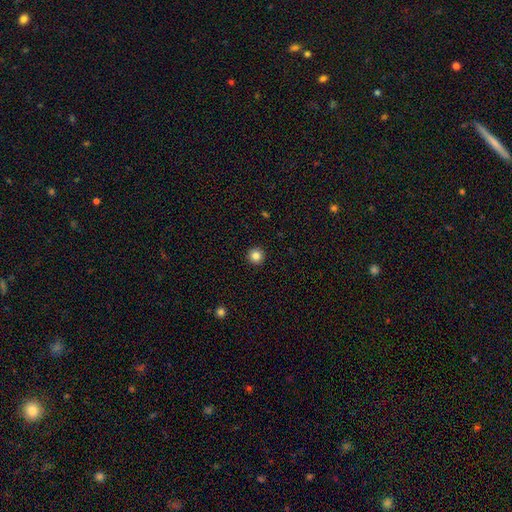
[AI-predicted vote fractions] This appears to be a smooth galaxy with no disk features (84%) that is round (96%). Merging: none (94%).